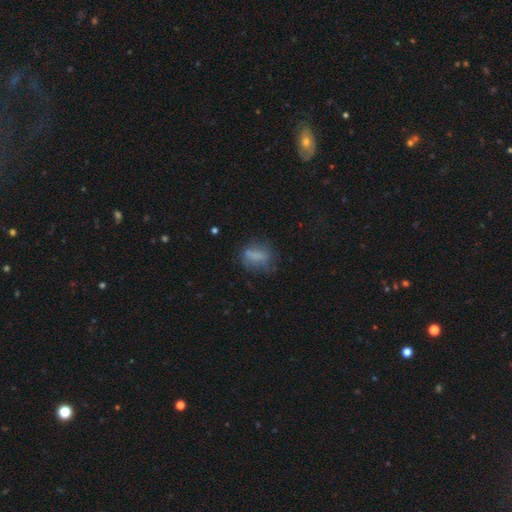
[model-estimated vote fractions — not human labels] smooth 68%, featured or disk 21%, star or artifact 11%. Down the decision tree: how rounded — in between (64%); merging — none (56%).